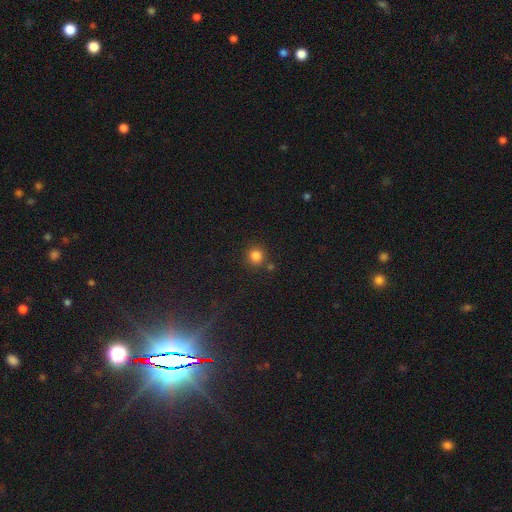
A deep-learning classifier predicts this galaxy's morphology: type=smooth (83%); roundness=round (91%); merging=none (80%).